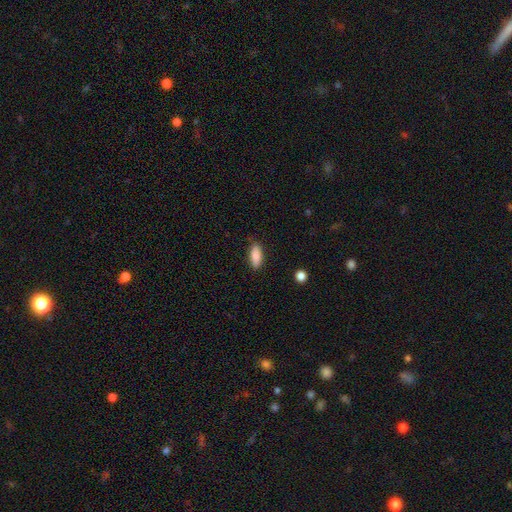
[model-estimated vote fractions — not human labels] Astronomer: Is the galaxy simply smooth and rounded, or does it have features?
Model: smooth — 86%.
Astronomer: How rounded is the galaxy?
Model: in between — 72%.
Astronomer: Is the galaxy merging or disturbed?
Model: none — 83%.